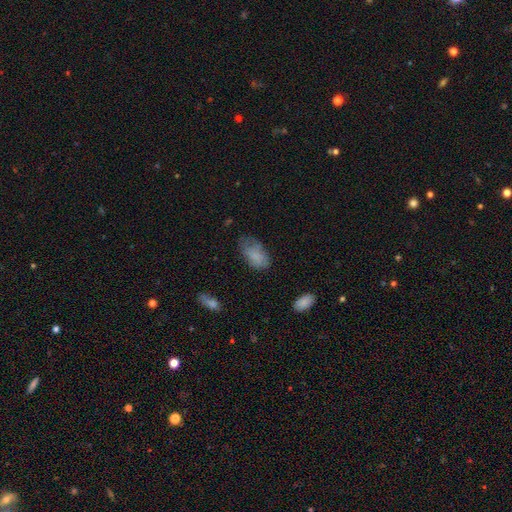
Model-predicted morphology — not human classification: This is likely a smooth galaxy (79%). How rounded: clearly in between (93%). Merging: possibly none (54%).